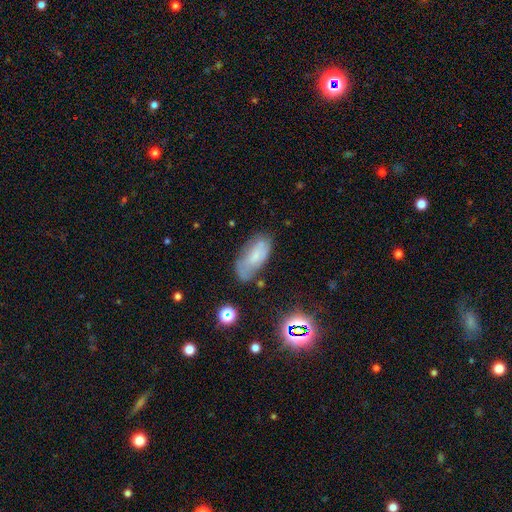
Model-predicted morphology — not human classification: smooth 57%, featured or disk 32%, star or artifact 11%. Down the decision tree: how rounded — in between (88%); merging — none (56%).